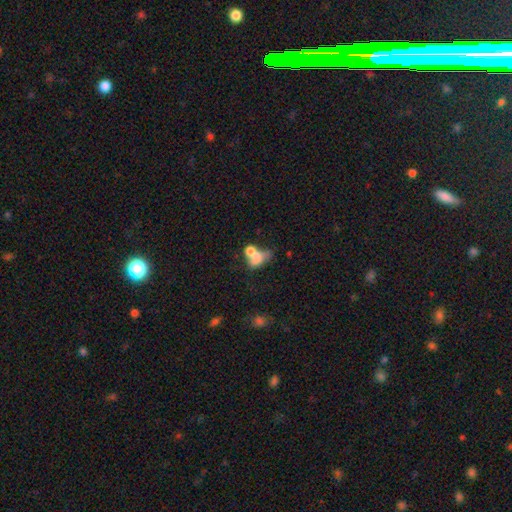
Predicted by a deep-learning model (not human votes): Smooth or featured: smooth — 65% (featured or disk — 24%)
How rounded: in between — 69% (round — 29%)
Merging: merger — 64% (none — 17%)